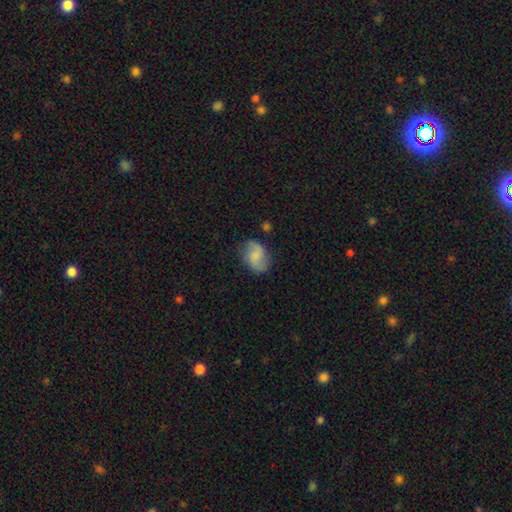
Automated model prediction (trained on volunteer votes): This is possibly a featured or disk galaxy (46%, tied with smooth). Merging: likely none (73%).